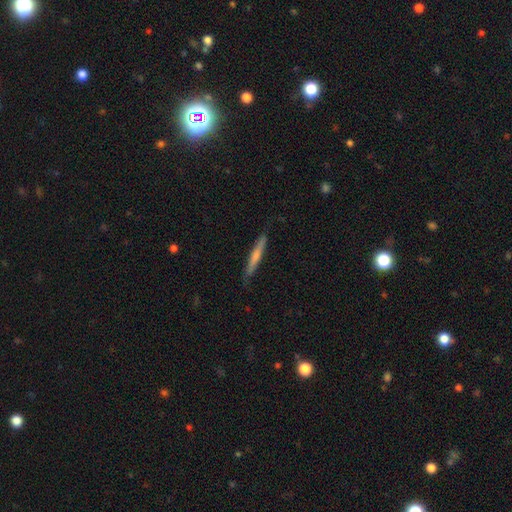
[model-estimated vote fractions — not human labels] A smooth galaxy with no disk features (56%) that is cigar-shaped (95%). Merging: none (83%).